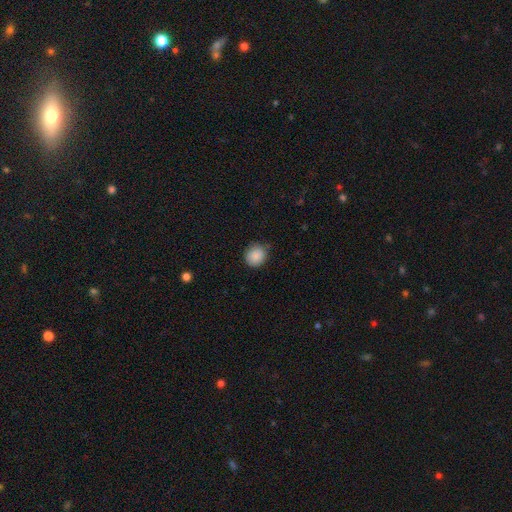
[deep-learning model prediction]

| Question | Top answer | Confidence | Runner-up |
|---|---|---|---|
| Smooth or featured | smooth | 88% | star or artifact (8%) |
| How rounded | round | 83% | in between (16%) |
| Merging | none | 82% | minor disturbance (14%) |